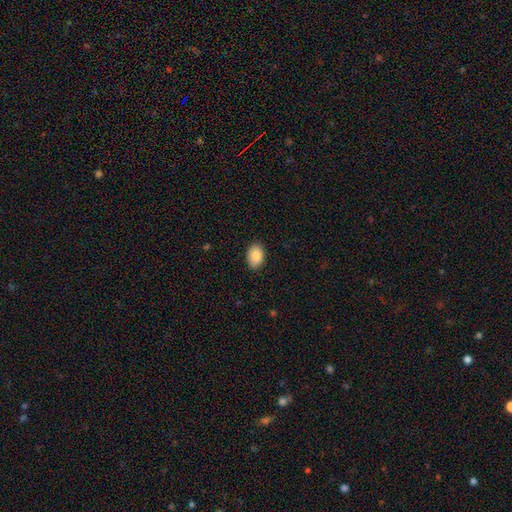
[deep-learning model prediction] A smooth galaxy with no disk features (88%) that is in between round and cigar-shaped (89%). Merging: none (89%).